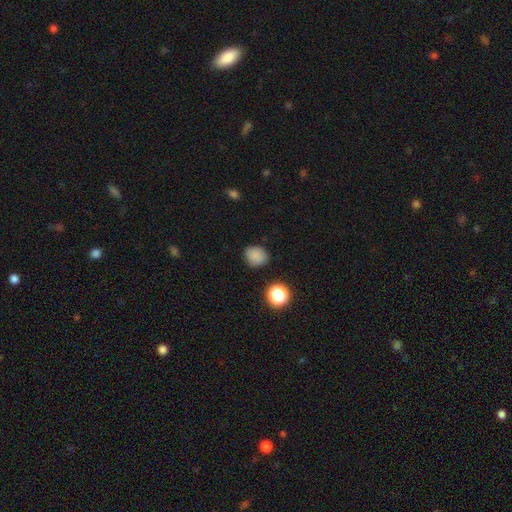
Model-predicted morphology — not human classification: Smooth or featured?
  - smooth: 83% *
  - star or artifact: 13%
  - featured or disk: 5%
How rounded?
  - round: 68% *
  - in between: 31%
  - cigar-shaped: 1%
Merging?
  - none: 81% *
  - minor disturbance: 14%
  - major disturbance: 3%
  - merger: 2%